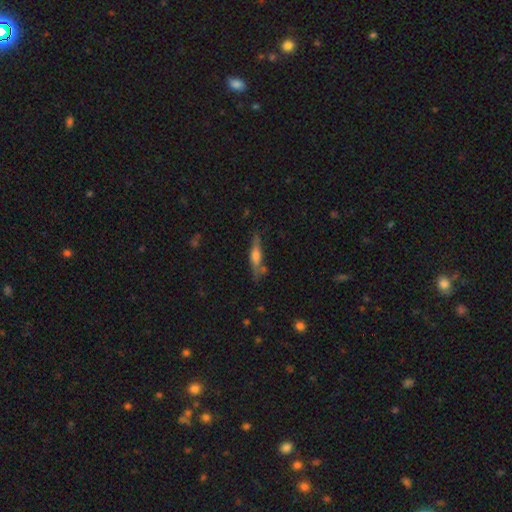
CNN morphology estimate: smooth-or-featured: featured or disk: 47% | smooth: 45% | star or artifact: 8%
  merging: none: 68% | minor disturbance: 20% | merger: 6% | major disturbance: 6%